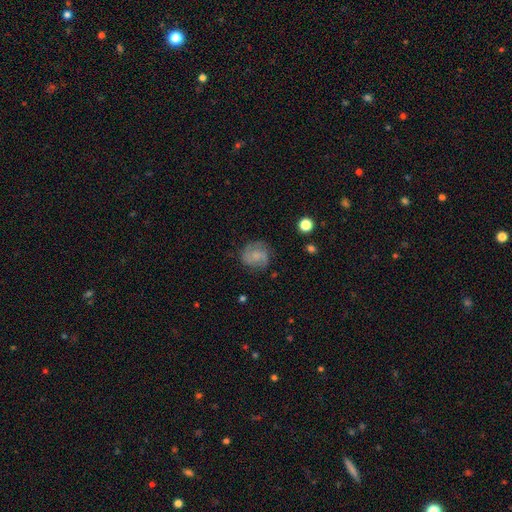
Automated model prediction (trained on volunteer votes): The model was most divided on "smooth or featured": featured or disk: 47%, smooth: 44%, star or artifact: 9%. More confident: merging — none (70%).